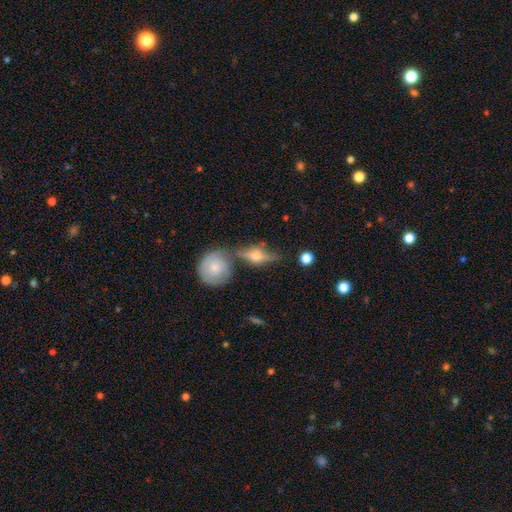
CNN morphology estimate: Smooth or featured: featured or disk — 63% (smooth — 28%)
Edge-on disk: yes — 79% (no — 21%)
Merging: none — 60% (merger — 19%)